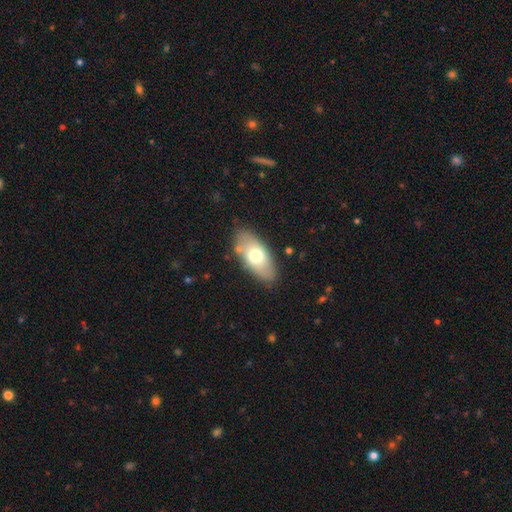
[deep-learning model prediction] smooth_or_featured: smooth (p=0.66) [alt: featured or disk p=0.27]
how_rounded: in between (p=0.90) [alt: cigar-shaped p=0.07]
merging: none (p=0.81) [alt: minor disturbance p=0.13]